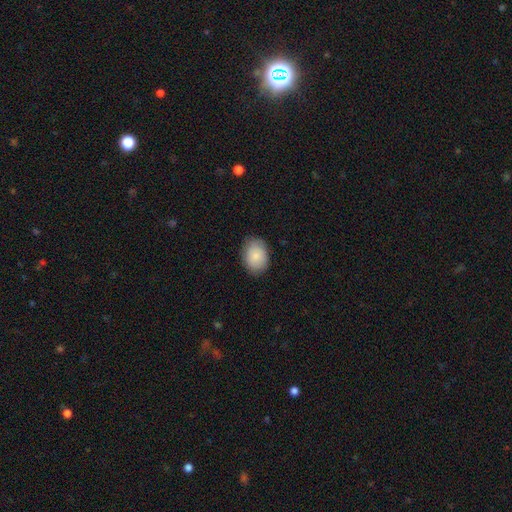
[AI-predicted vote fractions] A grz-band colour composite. It shows a smooth galaxy with no disk features (84%) that is in between round and cigar-shaped (73%). Merging: none (83%).